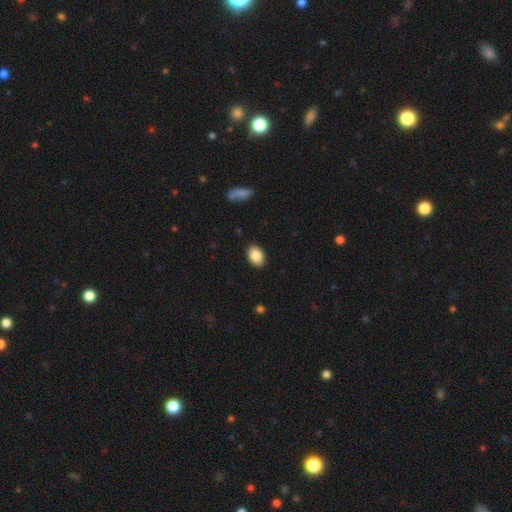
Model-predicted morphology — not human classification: Smooth or featured? Predicted: smooth (p=0.87). How rounded? Predicted: in between (p=0.88). Merging? Predicted: none (p=0.89).